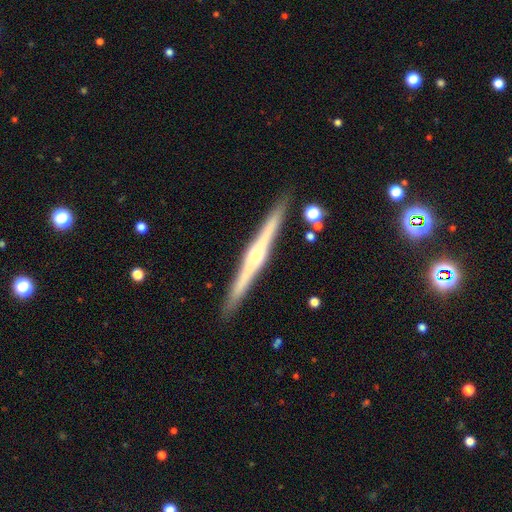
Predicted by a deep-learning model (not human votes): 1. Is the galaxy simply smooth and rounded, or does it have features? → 79% featured or disk, 16% smooth, 5% star or artifact.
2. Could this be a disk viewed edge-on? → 98% yes, 2% no.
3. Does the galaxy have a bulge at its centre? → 77% rounded, 12% none, 11% boxy.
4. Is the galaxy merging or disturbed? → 91% none, 6% minor disturbance, 2% merger, 1% major disturbance.